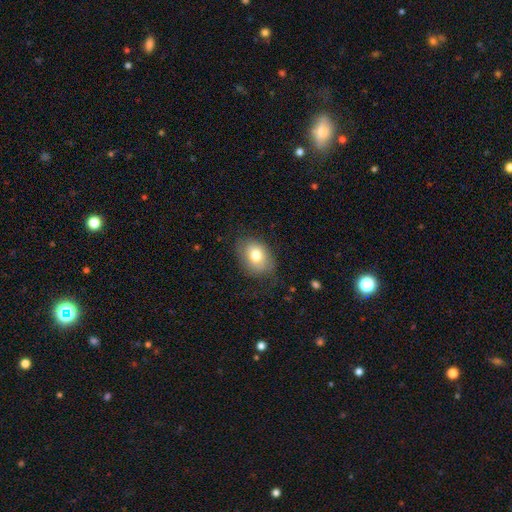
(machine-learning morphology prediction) Smooth or featured?
  - smooth: 77% *
  - featured or disk: 14%
  - star or artifact: 9%
How rounded?
  - in between: 66% *
  - round: 33%
  - cigar-shaped: 1%
Merging?
  - none: 71% *
  - minor disturbance: 21%
  - major disturbance: 7%
  - merger: 1%